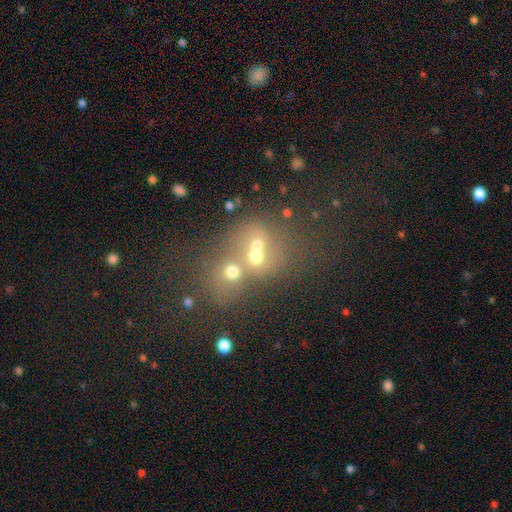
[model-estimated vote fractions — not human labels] Morphology: type=smooth (53%); roundness=round (68%); merging=merger (64%).